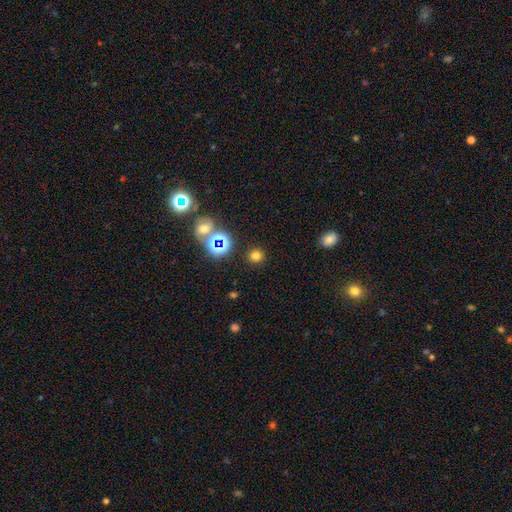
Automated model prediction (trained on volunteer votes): Overall: smooth (72%). How rounded: round (89%). Merging: none (88%).